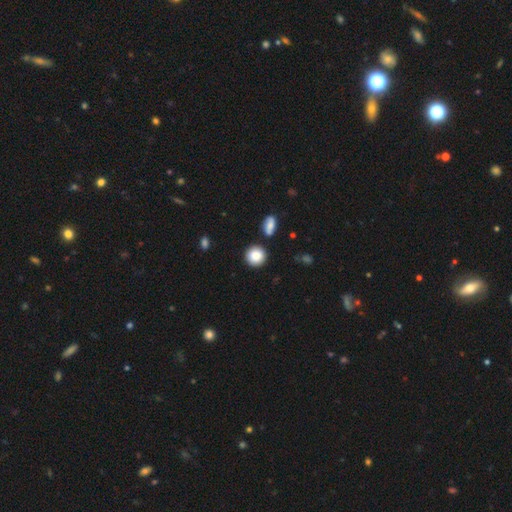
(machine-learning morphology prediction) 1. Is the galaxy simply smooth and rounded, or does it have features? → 87% smooth, 8% star or artifact, 5% featured or disk.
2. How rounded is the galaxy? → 91% round, 8% in between, 1% cigar-shaped.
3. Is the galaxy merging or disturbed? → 83% none, 9% minor disturbance, 6% merger, 2% major disturbance.